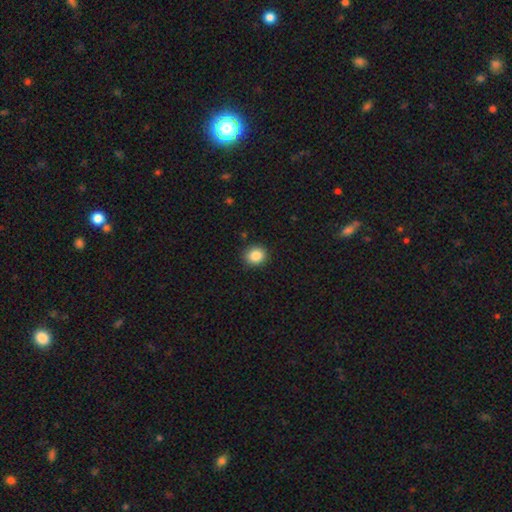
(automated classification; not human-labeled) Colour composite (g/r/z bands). It shows a smooth galaxy with no disk features (87%) that is round (82%). Merging: none (90%).